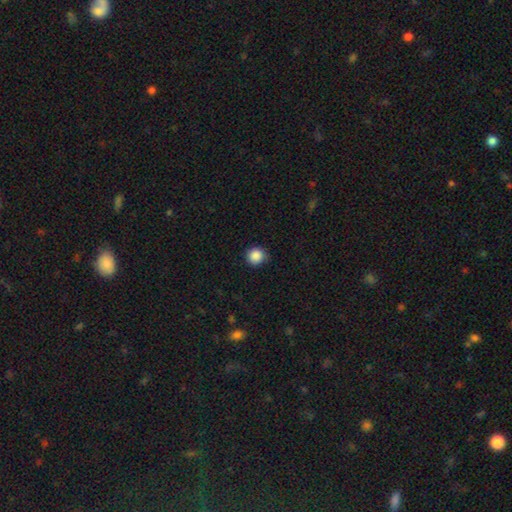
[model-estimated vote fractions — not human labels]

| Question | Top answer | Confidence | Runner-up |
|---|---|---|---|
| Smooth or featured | smooth | 88% | star or artifact (9%) |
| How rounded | round | 93% | in between (6%) |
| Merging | none | 85% | minor disturbance (11%) |